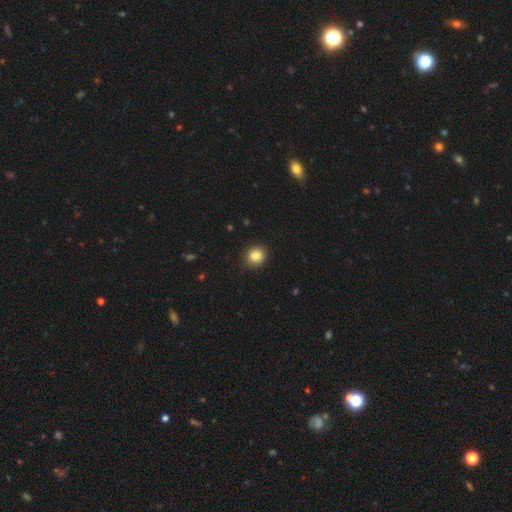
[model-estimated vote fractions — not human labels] smooth-or-featured: smooth: 85% | star or artifact: 10% | featured or disk: 6%
  how-rounded: round: 75% | in between: 24% | cigar-shaped: 1%
  merging: none: 87% | minor disturbance: 10% | major disturbance: 2% | merger: 1%